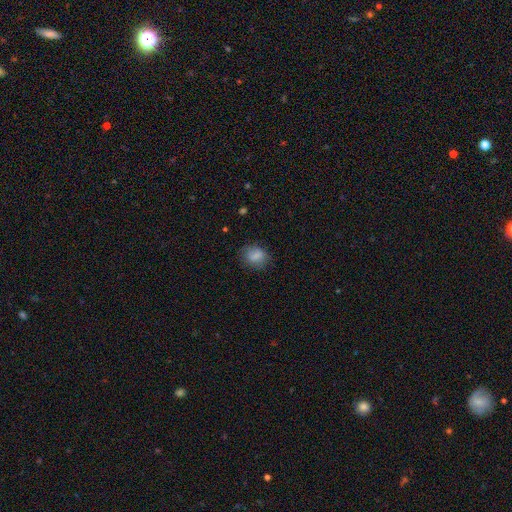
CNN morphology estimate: Smooth or featured?
  - smooth: 81% *
  - featured or disk: 10%
  - star or artifact: 9%
How rounded?
  - in between: 53% *
  - round: 46%
  - cigar-shaped: 1%
Merging?
  - none: 73% *
  - minor disturbance: 20%
  - major disturbance: 6%
  - merger: 1%